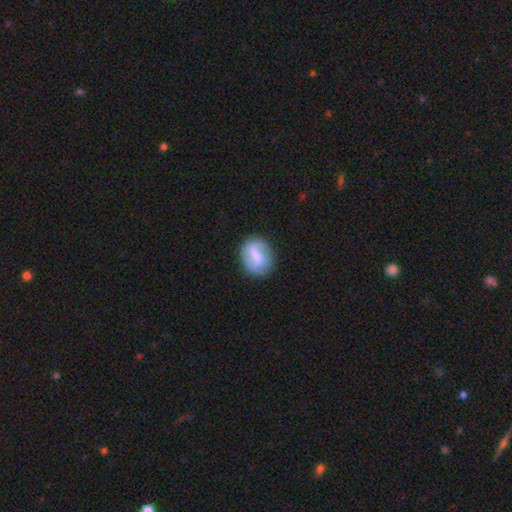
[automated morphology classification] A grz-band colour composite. It shows a featured or disk galaxy (47%). Merging: none (72%).